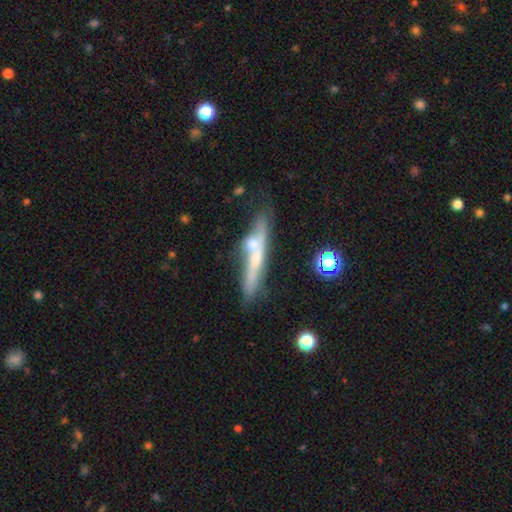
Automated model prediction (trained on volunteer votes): Smooth or featured? Predicted: featured or disk (p=0.57). Edge-on disk? Predicted: yes (p=0.81). Merging? Predicted: none (p=0.55).